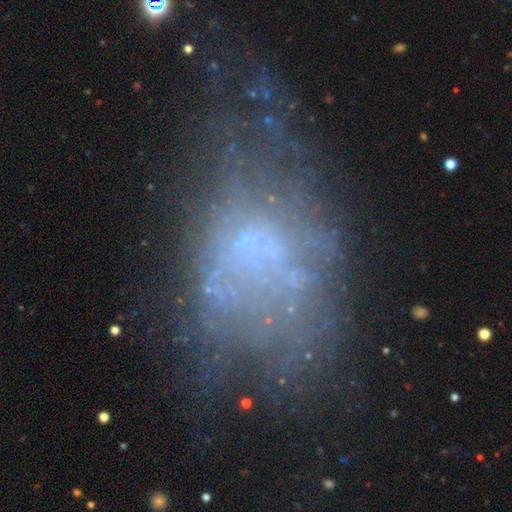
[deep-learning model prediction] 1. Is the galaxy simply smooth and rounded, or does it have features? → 46% featured or disk, 31% smooth, 23% star or artifact.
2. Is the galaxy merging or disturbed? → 36% major disturbance, 34% none, 21% minor disturbance, 9% merger.